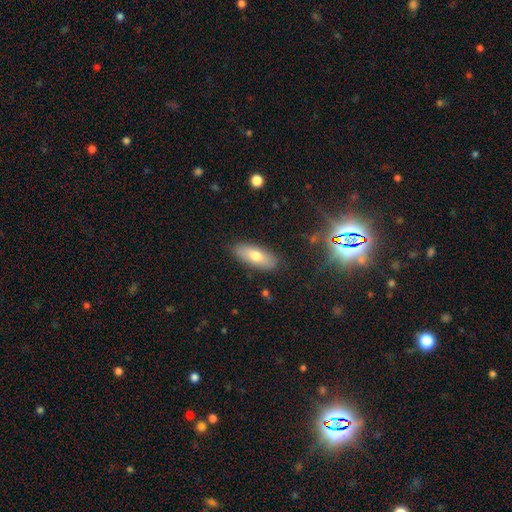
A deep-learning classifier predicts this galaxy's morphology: The model was most divided on "smooth or featured": smooth: 69%, featured or disk: 22%, star or artifact: 10%. More confident: merging — none (86%); how rounded — in between (77%).